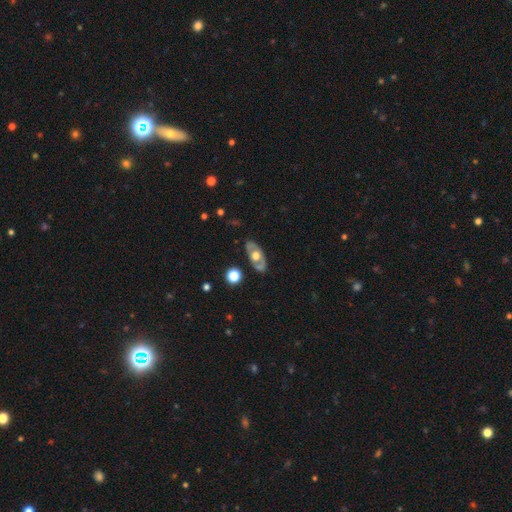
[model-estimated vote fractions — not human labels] Q: Smooth or featured?
A: featured or disk (58%); runner-up: smooth (36%)
Q: Edge-on disk?
A: no (81%); runner-up: yes (19%)
Q: Merging?
A: none (78%); runner-up: minor disturbance (14%)